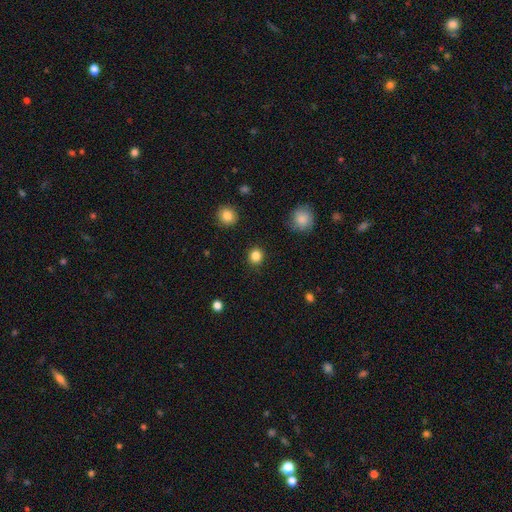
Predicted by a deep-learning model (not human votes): Smooth or featured? Predicted: smooth (p=0.85). How rounded? Predicted: round (p=0.88). Merging? Predicted: none (p=0.90).